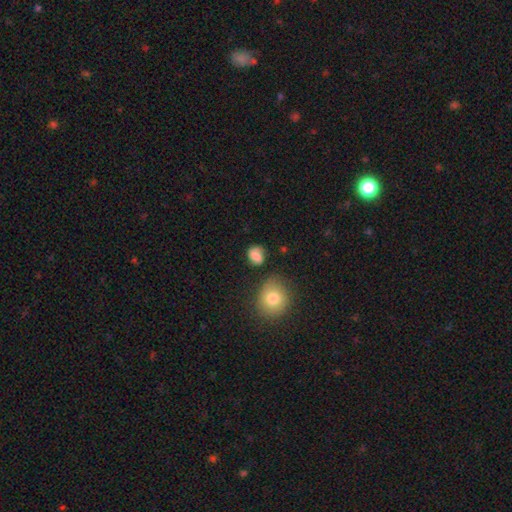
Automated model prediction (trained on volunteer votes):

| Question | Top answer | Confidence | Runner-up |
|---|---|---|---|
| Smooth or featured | smooth | 78% | featured or disk (12%) |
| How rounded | round | 50% | in between (48%) |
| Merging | none | 61% | minor disturbance (25%) |